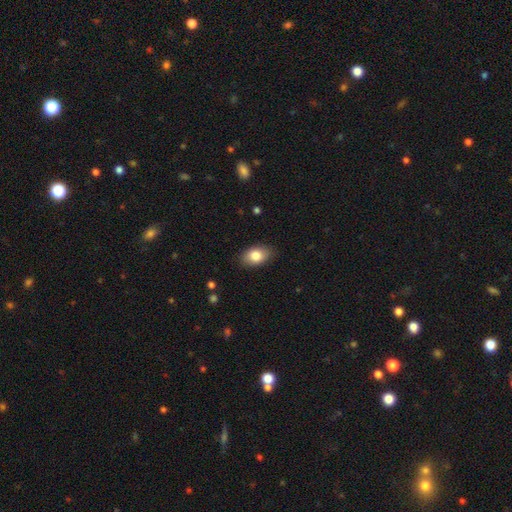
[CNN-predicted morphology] smooth-or-featured: smooth: 82% | featured or disk: 11% | star or artifact: 7%
  how-rounded: in between: 88% | round: 11% | cigar-shaped: 2%
  merging: none: 86% | minor disturbance: 11% | major disturbance: 2% | merger: 1%